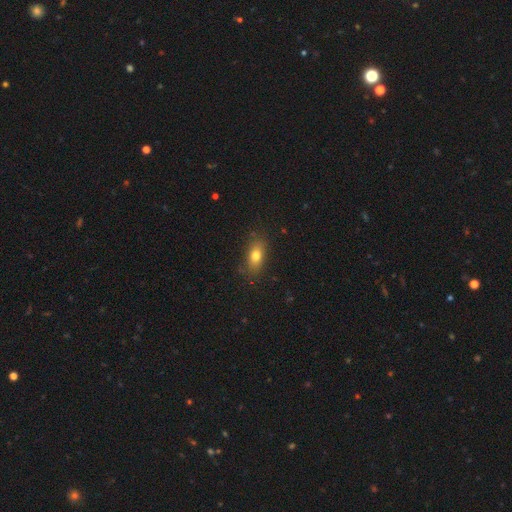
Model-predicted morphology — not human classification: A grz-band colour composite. It shows a smooth galaxy with no disk features (78%) that is in between round and cigar-shaped (79%). Merging: none (81%).